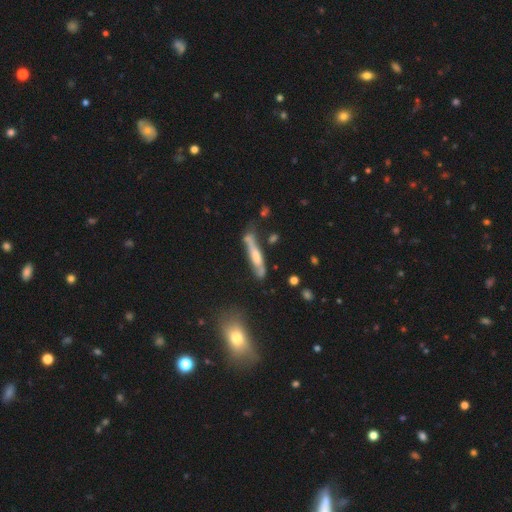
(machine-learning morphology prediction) This appears to be a featured or disk galaxy (48%). Merging: none (57%).